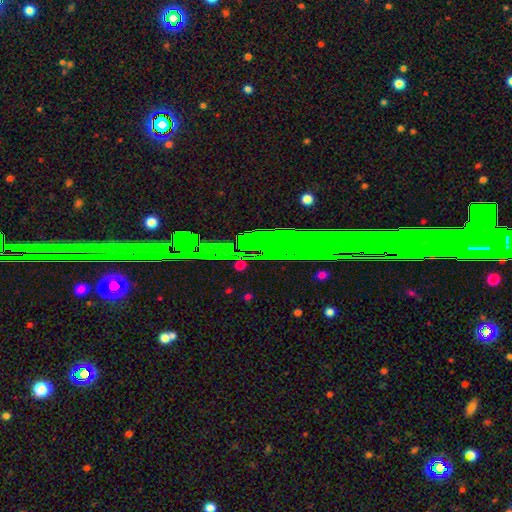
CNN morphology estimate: star or artifact 62%, featured or disk 23%, smooth 15%.